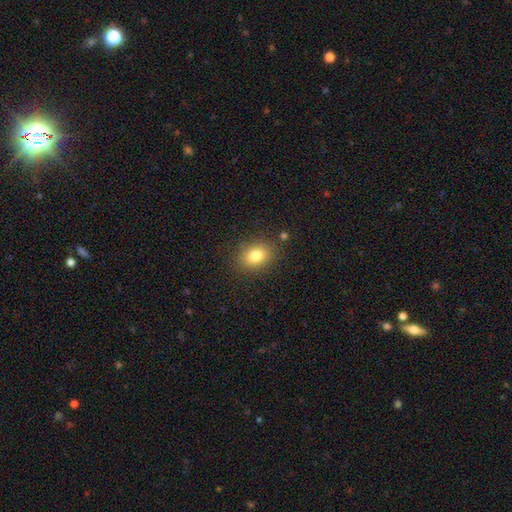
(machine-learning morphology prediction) A smooth galaxy with no disk features (80%) that is in between round and cigar-shaped (61%).

Vote fractions:
- Smooth or featured? smooth: 80% / star or artifact: 11% / featured or disk: 9%
- How rounded? in between: 61% / round: 38% / cigar-shaped: 1%
- Merging? none: 84% / minor disturbance: 11% / major disturbance: 3% / merger: 2%